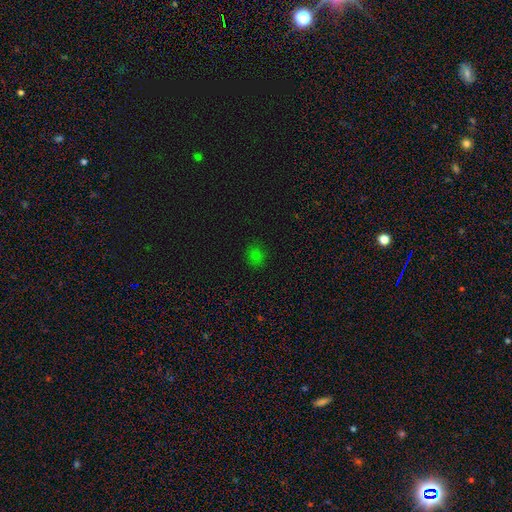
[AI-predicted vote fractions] Smooth or featured? Predicted: smooth (p=0.74). How rounded? Predicted: round (p=0.67). Merging? Predicted: none (p=0.84).